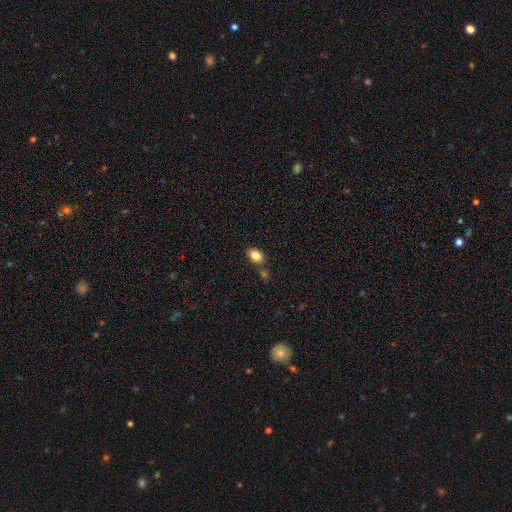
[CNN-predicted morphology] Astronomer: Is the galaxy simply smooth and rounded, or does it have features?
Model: smooth — 84%.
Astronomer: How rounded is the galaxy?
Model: in between — 81%.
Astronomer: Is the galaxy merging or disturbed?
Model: none — 76%.